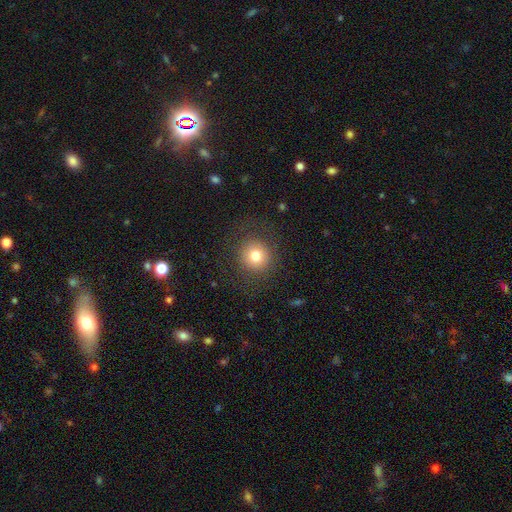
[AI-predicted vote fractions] This appears to be a smooth galaxy with no disk features (77%) that is round (92%). Merging: none (84%).